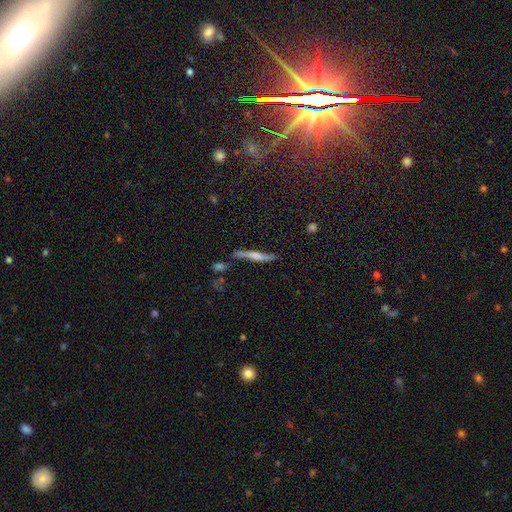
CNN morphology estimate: A smooth galaxy with no disk features (49%). Merging: none (62%).